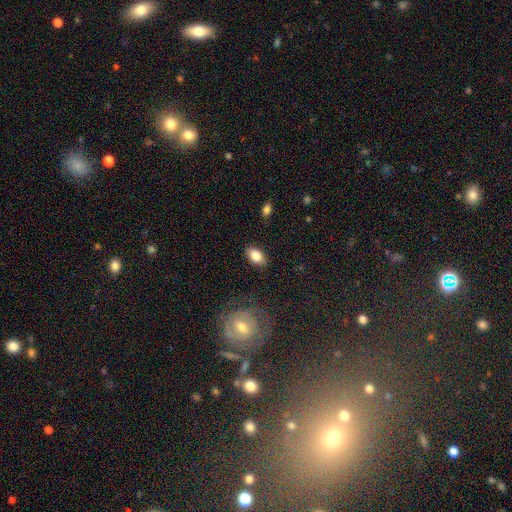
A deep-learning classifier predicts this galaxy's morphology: type=smooth (82%); roundness=in between (91%); merging=none (84%).